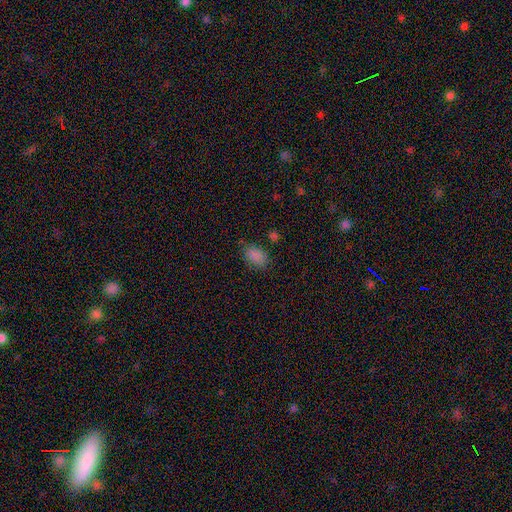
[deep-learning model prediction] smooth 85%, star or artifact 11%, featured or disk 4%. Down the decision tree: how rounded — in between (88%); merging — none (76%).